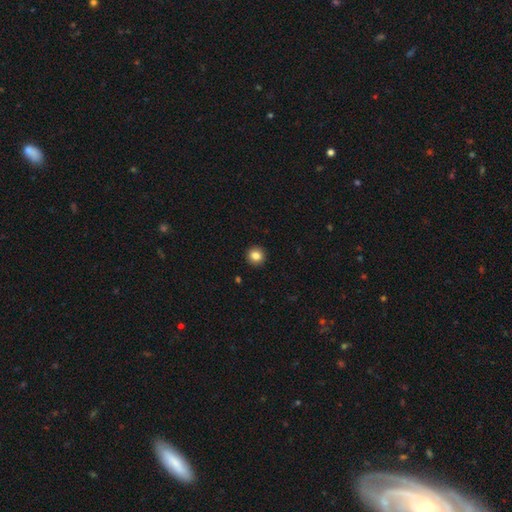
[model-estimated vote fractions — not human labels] smooth-or-featured: smooth: 84% | star or artifact: 10% | featured or disk: 6%
  how-rounded: round: 93% | in between: 6% | cigar-shaped: 1%
  merging: none: 93% | minor disturbance: 5% | major disturbance: 1% | merger: 1%